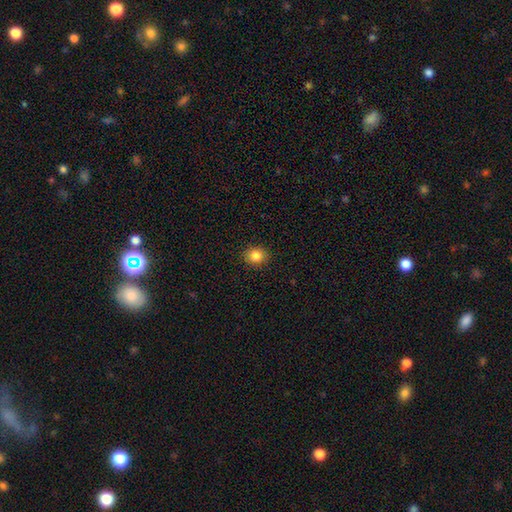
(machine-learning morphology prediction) Smooth or featured? smooth (85%)
How rounded? round (71%)
Merging? none (90%)